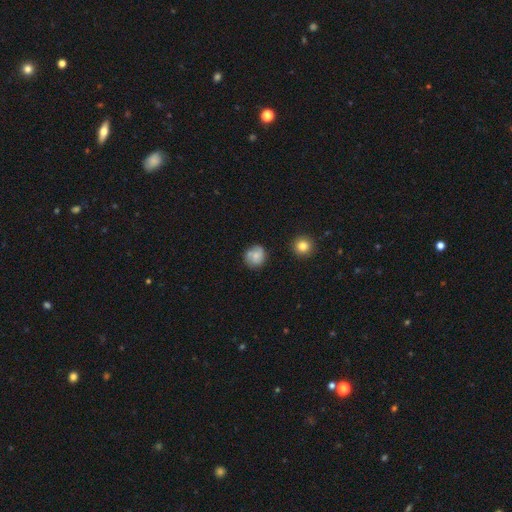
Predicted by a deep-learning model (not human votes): smooth-or-featured: smooth: 59% | featured or disk: 32% | star or artifact: 9%
  how-rounded: round: 84% | in between: 15% | cigar-shaped: 1%
  merging: none: 74% | minor disturbance: 17% | major disturbance: 5% | merger: 4%